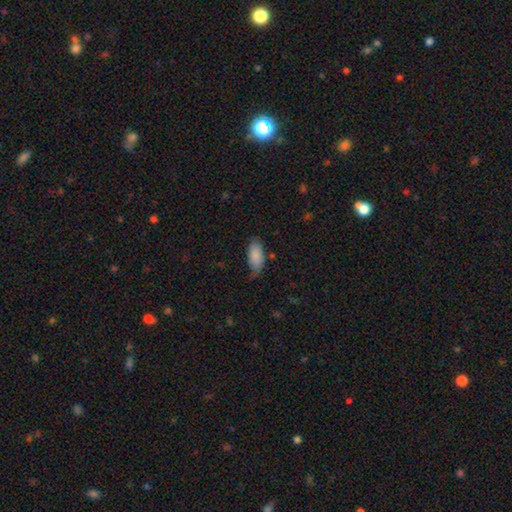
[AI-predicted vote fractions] smooth 85%, featured or disk 8%, star or artifact 6%. Down the decision tree: how rounded — in between (93%); merging — none (54%).